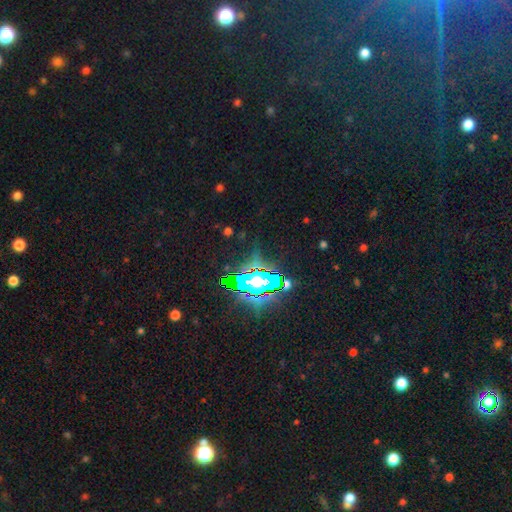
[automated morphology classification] smooth-or-featured: star or artifact: 74% | smooth: 13% | featured or disk: 13%